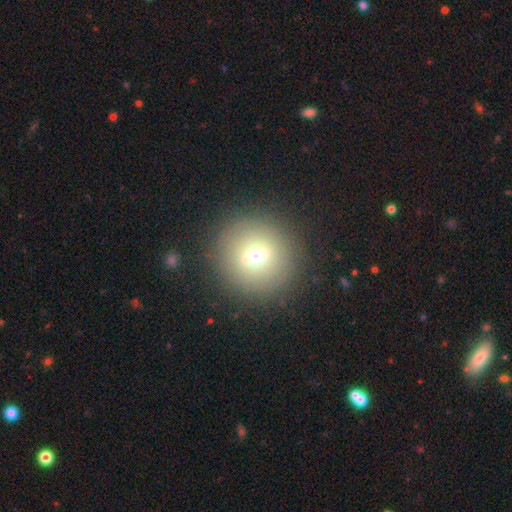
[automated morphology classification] The model was most divided on "smooth or featured": smooth: 58%, featured or disk: 29%, star or artifact: 13%. More confident: how rounded — round (94%); merging — none (88%).